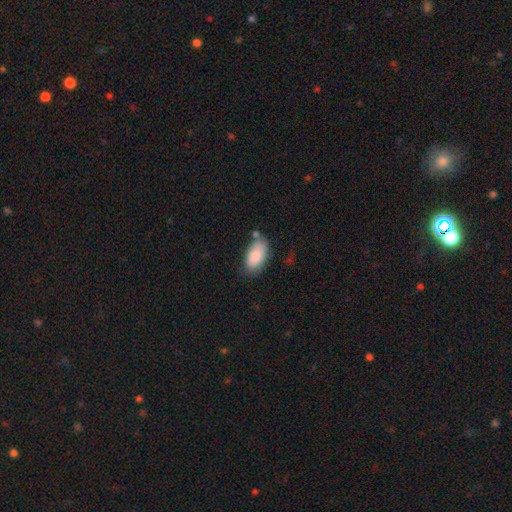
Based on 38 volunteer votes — smooth 84%, featured or disk 13%, star or artifact 3%. Down the decision tree: how rounded — in between (91%); merging — none (38%).